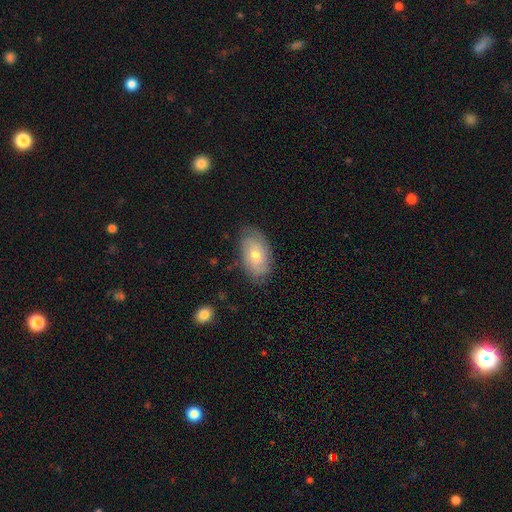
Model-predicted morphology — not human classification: Overall: smooth (52%; featured or disk 41%). How rounded: in between (92%). Merging: none (76%).